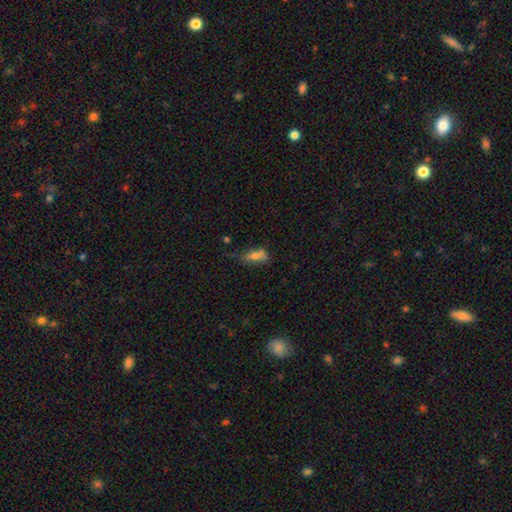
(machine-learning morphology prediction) Overall: smooth (62%; featured or disk 27%). How rounded: in between (72%). Merging: none (39%; minor disturbance 29%).